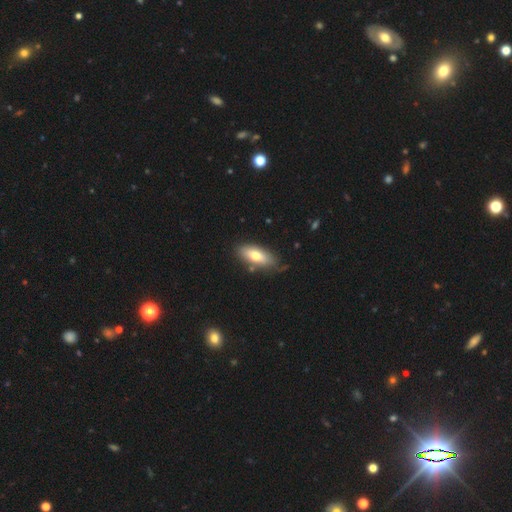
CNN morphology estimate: smooth_or_featured: smooth (p=0.68) [alt: featured or disk p=0.26]
how_rounded: in between (p=0.81) [alt: cigar-shaped p=0.16]
merging: none (p=0.74) [alt: minor disturbance p=0.18]